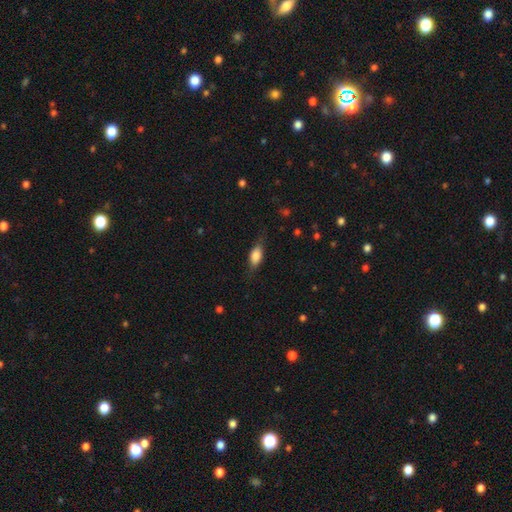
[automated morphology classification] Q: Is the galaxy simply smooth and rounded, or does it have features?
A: smooth — 72%.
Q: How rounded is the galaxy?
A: in between — 78%.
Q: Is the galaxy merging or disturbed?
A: none — 72%.